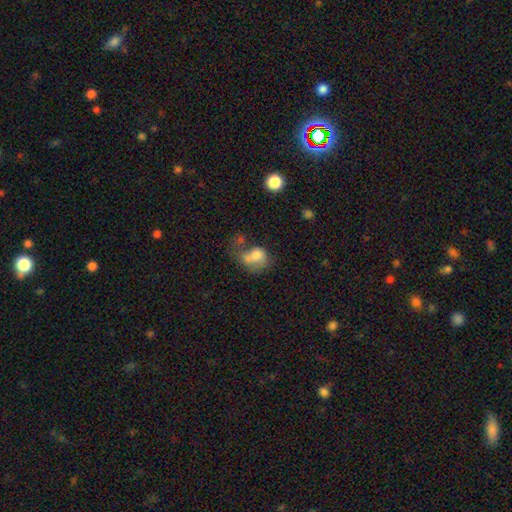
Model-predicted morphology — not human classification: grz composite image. It shows a smooth galaxy with no disk features (67%) that is in between round and cigar-shaped (52%). Merging: merger (50%).